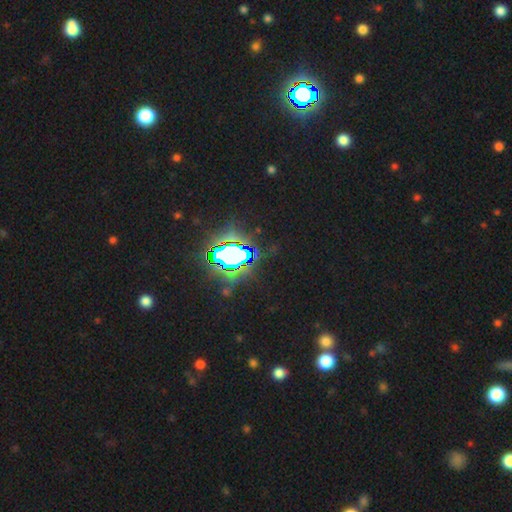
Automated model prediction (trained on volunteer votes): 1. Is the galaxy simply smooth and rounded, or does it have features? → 79% star or artifact, 13% smooth, 8% featured or disk.